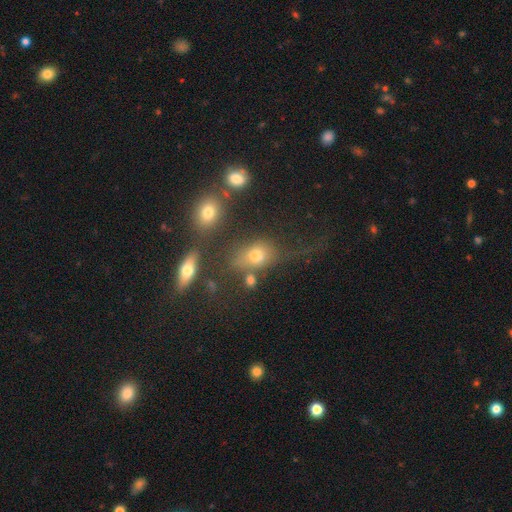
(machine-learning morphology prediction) smooth_or_featured: smooth (p=0.67) [alt: featured or disk p=0.18]
how_rounded: in between (p=0.69) [alt: round p=0.27]
merging: none (p=0.43) [alt: major disturbance p=0.21]